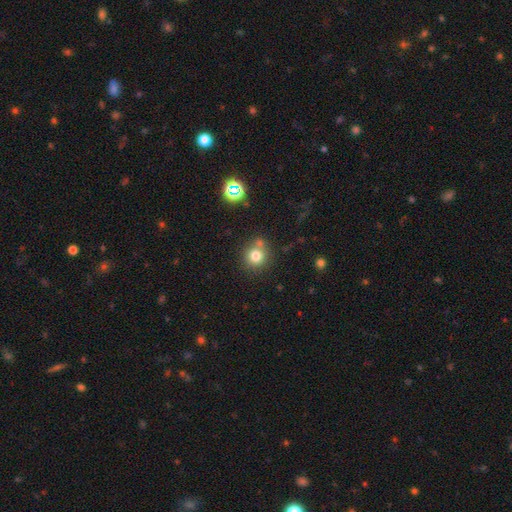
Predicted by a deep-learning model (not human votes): Q: Smooth or featured?
A: smooth (78%); runner-up: star or artifact (14%)
Q: How rounded?
A: round (90%); runner-up: in between (9%)
Q: Merging?
A: none (69%); runner-up: merger (17%)